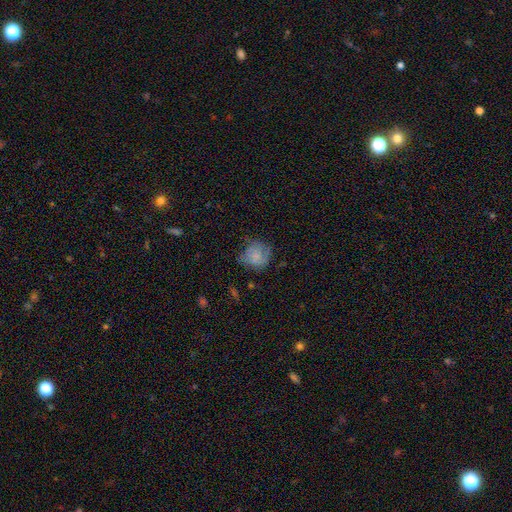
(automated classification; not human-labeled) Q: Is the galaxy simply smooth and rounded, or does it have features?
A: smooth — 61%.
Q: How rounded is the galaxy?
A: round — 80%.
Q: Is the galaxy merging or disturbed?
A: none — 55%.